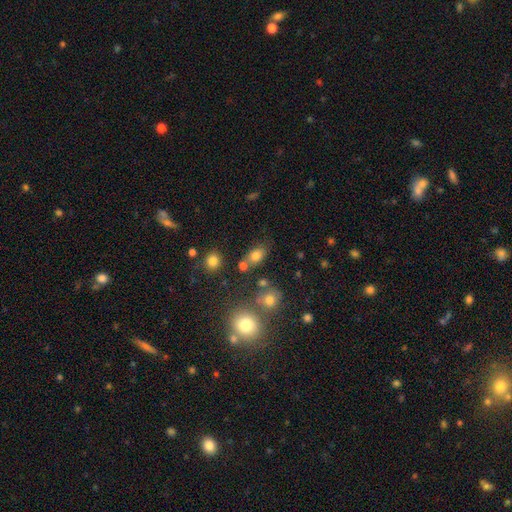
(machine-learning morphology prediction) A smooth galaxy with no disk features (76%) that is in between round and cigar-shaped (74%). Merging: none (66%).